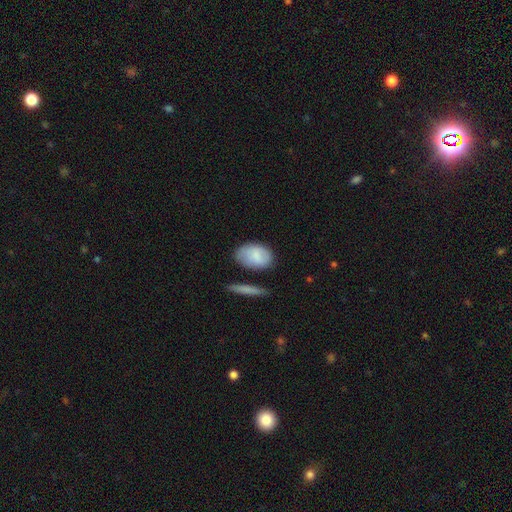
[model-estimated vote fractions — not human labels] Smooth or featured: smooth — 81% (featured or disk — 13%)
How rounded: in between — 87% (round — 10%)
Merging: none — 65% (minor disturbance — 23%)